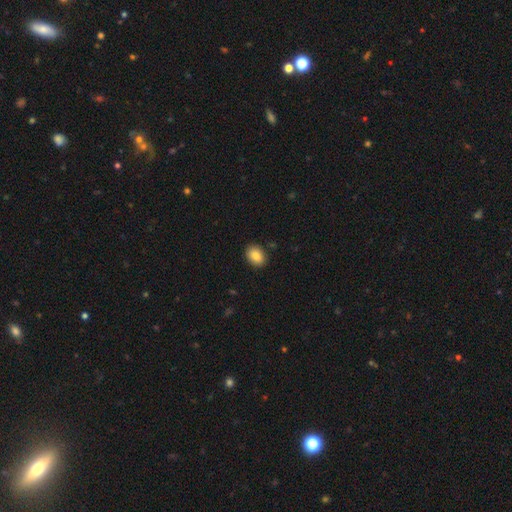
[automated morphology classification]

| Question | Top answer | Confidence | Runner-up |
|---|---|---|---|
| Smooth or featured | smooth | 86% | star or artifact (8%) |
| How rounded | in between | 71% | round (28%) |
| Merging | none | 88% | minor disturbance (8%) |